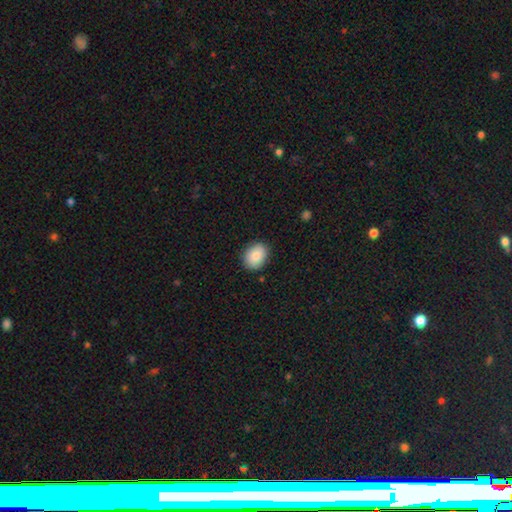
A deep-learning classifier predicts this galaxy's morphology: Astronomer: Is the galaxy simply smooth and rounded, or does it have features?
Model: smooth — 86%.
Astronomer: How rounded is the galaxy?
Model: in between — 54% (runner-up: round, 45%).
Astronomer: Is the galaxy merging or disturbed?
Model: none — 86%.